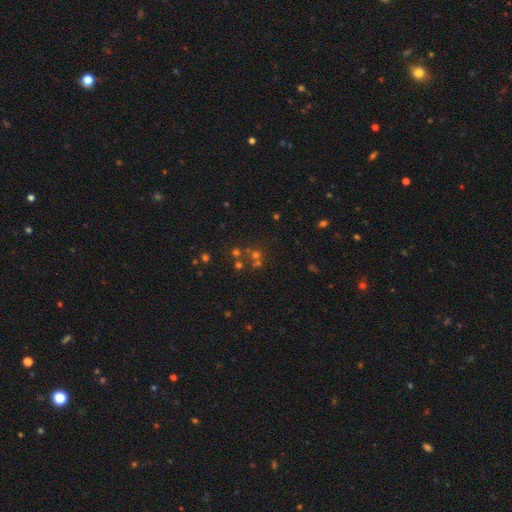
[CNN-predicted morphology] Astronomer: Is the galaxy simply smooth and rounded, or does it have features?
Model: star or artifact — 45% (runner-up: smooth, 39%).